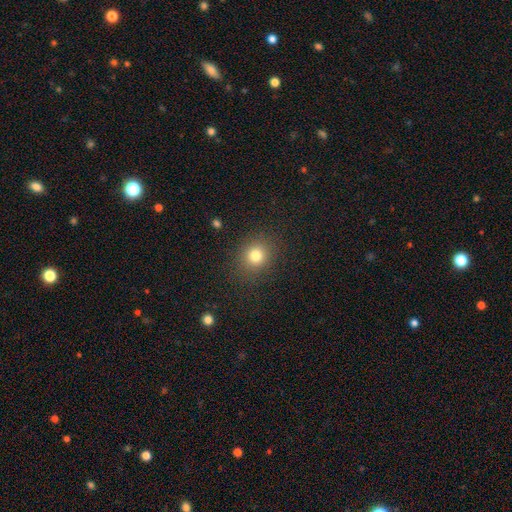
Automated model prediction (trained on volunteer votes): Smooth or featured?
  - smooth: 79% *
  - star or artifact: 14%
  - featured or disk: 7%
How rounded?
  - round: 78% *
  - in between: 21%
  - cigar-shaped: 1%
Merging?
  - none: 87% *
  - minor disturbance: 8%
  - major disturbance: 4%
  - merger: 1%